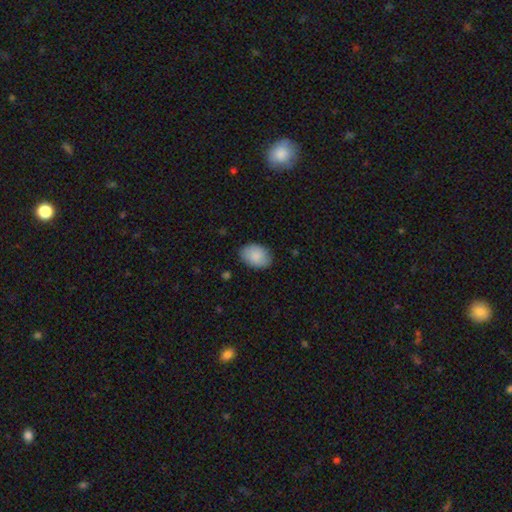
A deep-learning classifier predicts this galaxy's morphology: Smooth or featured: smooth — 85% (featured or disk — 8%)
How rounded: in between — 81% (round — 18%)
Merging: none — 84% (minor disturbance — 13%)